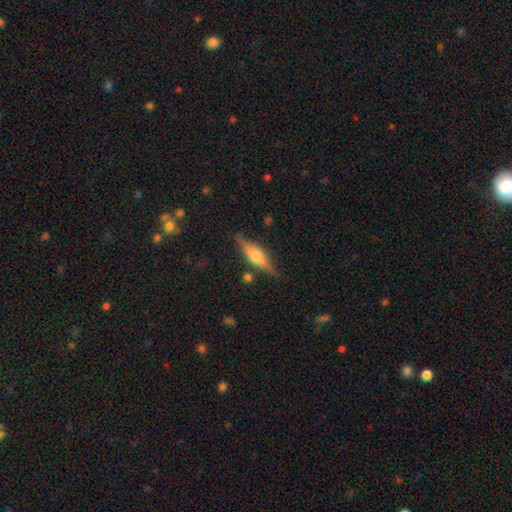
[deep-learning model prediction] Morphology: type=featured or disk (68%); edge-on=yes (95%); edge-on bulge=rounded (85%); merging=none (83%).